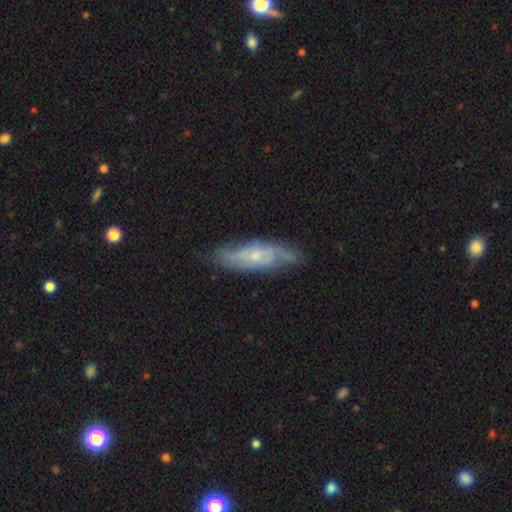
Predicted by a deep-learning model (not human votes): The model was most divided on "smooth or featured": featured or disk: 66%, smooth: 28%, star or artifact: 6%. More confident: spiral arms — yes (84%); edge-on disk — no (78%); merging — none (71%); bar — no (71%); bulge size — small (70%).